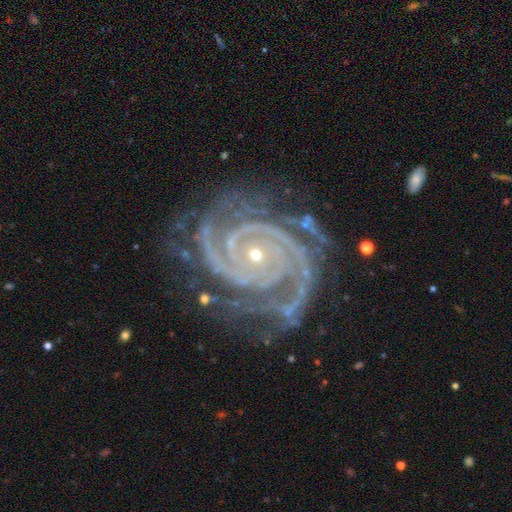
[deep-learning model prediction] The model was most divided on "spiral arm count": 2: 40%, 3: 26%, 4: 13%, can't tell: 8%, more than 4: 7%, 1: 6%. More confident: spiral arms — yes (99%); edge-on disk — no (98%); smooth or featured — featured or disk (93%); spiral winding — tight (82%); bulge size — small (77%); bar — no (72%); merging — none (71%).